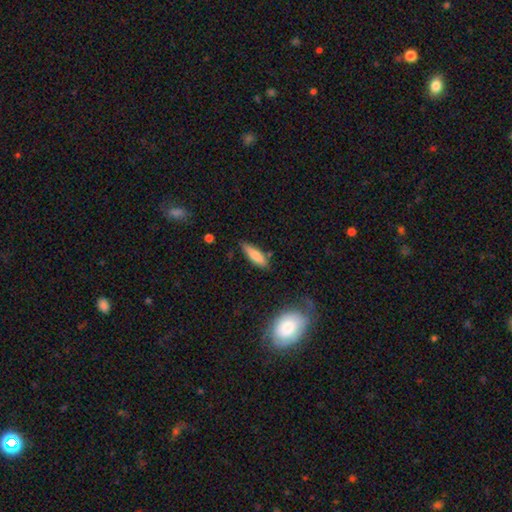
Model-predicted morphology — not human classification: Overall: smooth (78%). How rounded: cigar-shaped (59%; in between 39%). Merging: none (77%).